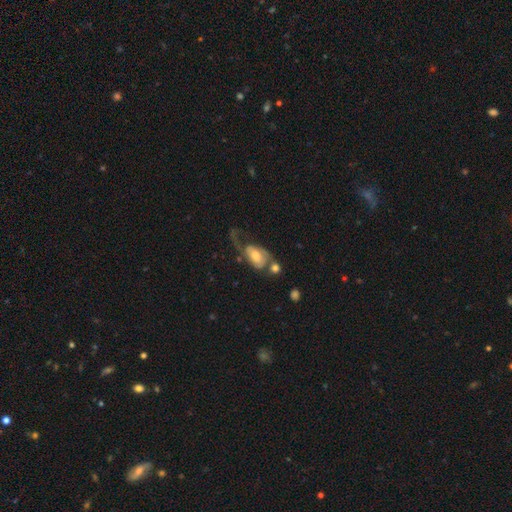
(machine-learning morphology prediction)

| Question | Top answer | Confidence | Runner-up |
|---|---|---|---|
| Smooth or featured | featured or disk | 58% | smooth (34%) |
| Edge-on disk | no | 94% | yes (6%) |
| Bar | no | 53% | weak (35%) |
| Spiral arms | yes | 76% | no (24%) |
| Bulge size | moderate | 57% | small (19%) |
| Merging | major disturbance | 38% | none (24%) |